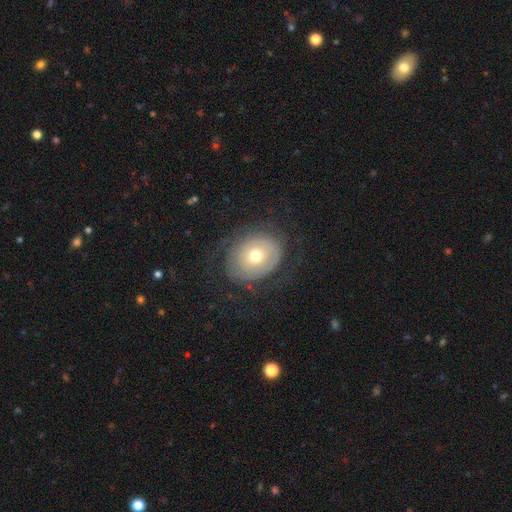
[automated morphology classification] A featured or disk galaxy (51%). Merging: none (68%).